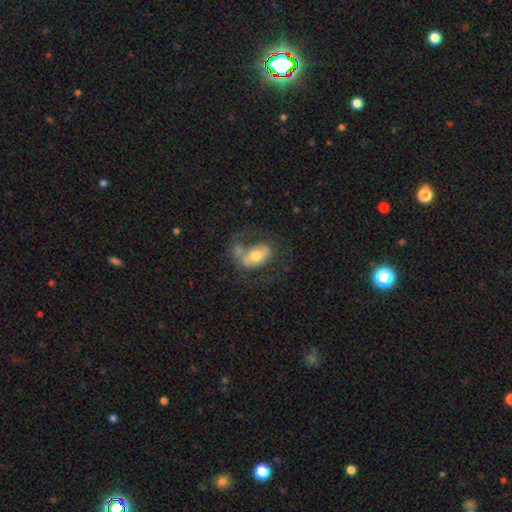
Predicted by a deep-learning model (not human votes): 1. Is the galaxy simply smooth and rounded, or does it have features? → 48% featured or disk, 44% smooth, 7% star or artifact.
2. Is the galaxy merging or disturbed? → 39% none, 21% major disturbance, 20% merger, 20% minor disturbance.